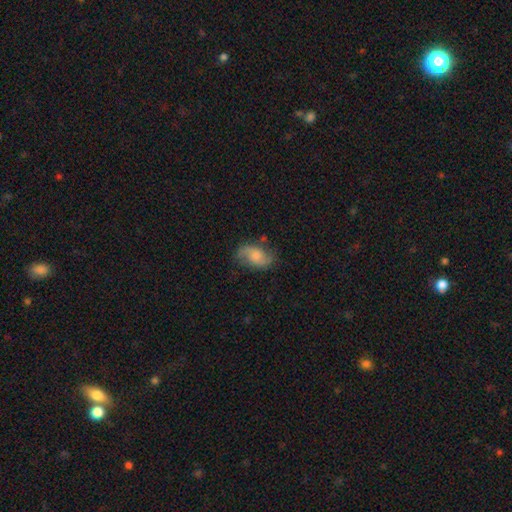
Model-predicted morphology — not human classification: featured or disk 56%, smooth 36%, star or artifact 8%. Down the decision tree: edge-on disk — no (96%); bar — no (62%); spiral arms — yes (90%); bulge size — moderate (39%); merging — none (69%).